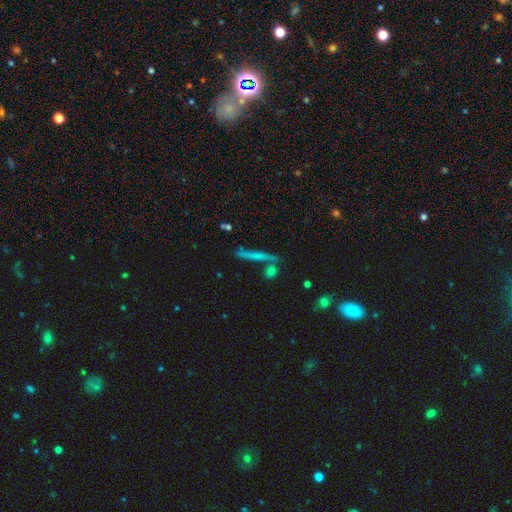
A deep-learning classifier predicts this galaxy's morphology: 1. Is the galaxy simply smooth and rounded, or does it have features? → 52% smooth, 37% featured or disk, 11% star or artifact.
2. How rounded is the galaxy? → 89% cigar-shaped, 7% in between, 4% round.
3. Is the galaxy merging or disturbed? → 67% none, 14% merger, 13% minor disturbance, 5% major disturbance.